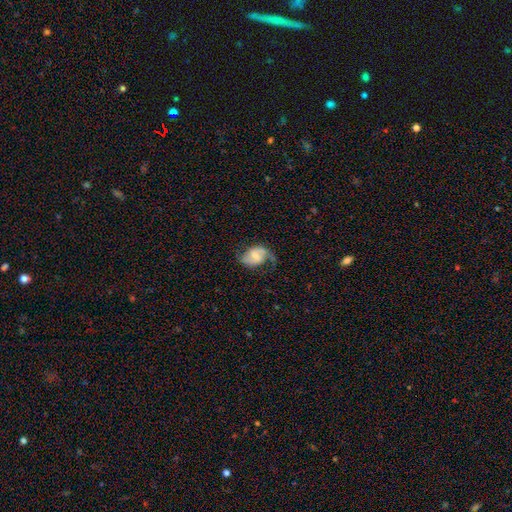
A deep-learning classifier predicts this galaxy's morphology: Overall: featured or disk (73%). Edge-on disk: no (98%). Bar: weak (50%; no 32%). Spiral arms: yes (93%). Spiral arm count: 2 (86%). Spiral winding: medium (44%; loose 41%). Bulge size: small (41%; moderate 34%). Merging: none (62%).